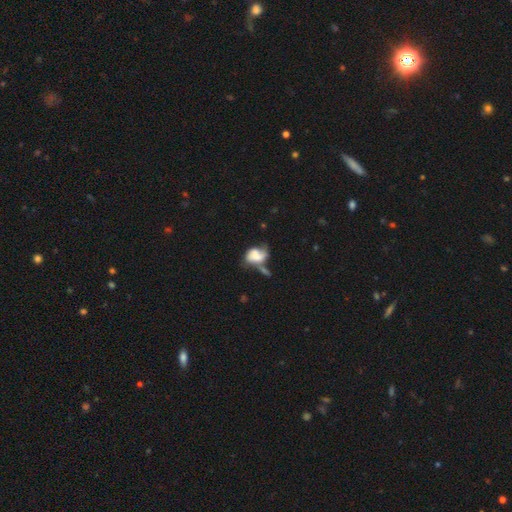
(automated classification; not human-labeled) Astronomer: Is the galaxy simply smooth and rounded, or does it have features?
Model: smooth — 50% (runner-up: featured or disk, 40%).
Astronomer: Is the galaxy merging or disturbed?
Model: major disturbance — 29%, tied with merger at 29%.